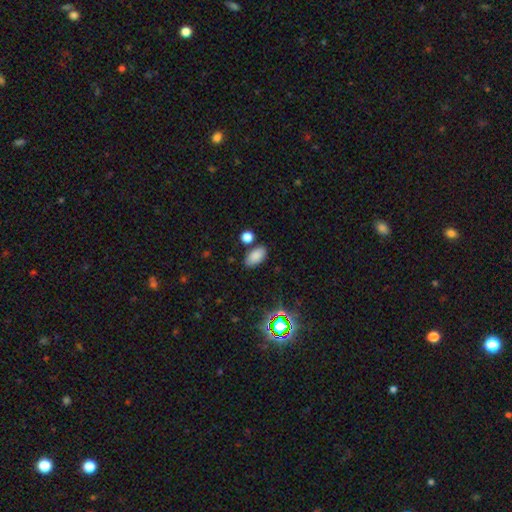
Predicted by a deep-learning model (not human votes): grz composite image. It shows a smooth galaxy with no disk features (83%) that is in between round and cigar-shaped (92%). Merging: none (78%).